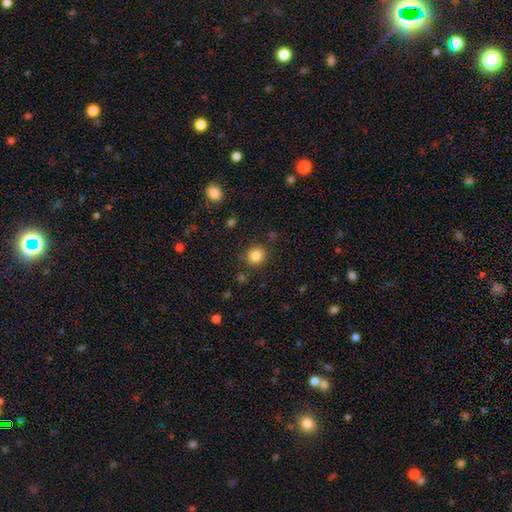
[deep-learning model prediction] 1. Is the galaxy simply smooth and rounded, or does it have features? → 84% smooth, 11% star or artifact, 5% featured or disk.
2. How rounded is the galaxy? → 91% round, 8% in between, 1% cigar-shaped.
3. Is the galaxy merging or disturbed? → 85% none, 9% minor disturbance, 3% major disturbance, 2% merger.